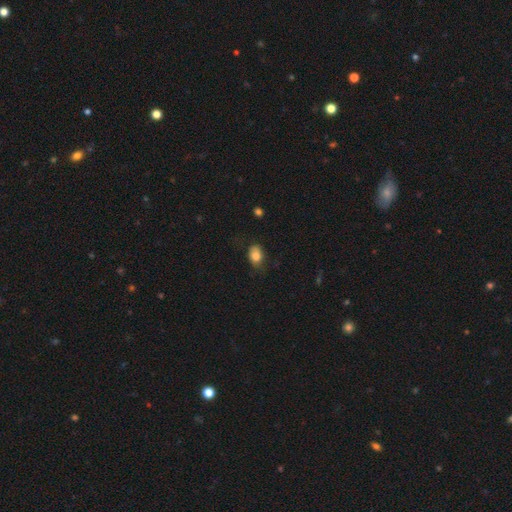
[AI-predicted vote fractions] This is clearly a smooth galaxy (82%). How rounded: likely in between (74%). Merging: likely none (62%).